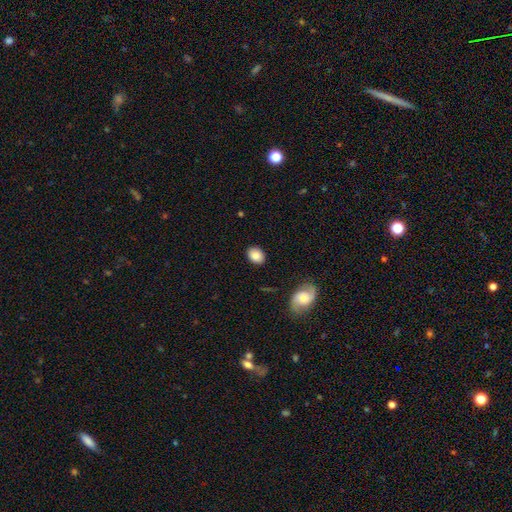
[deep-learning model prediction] Morphology: type=smooth (84%); roundness=in between (69%); merging=none (86%).